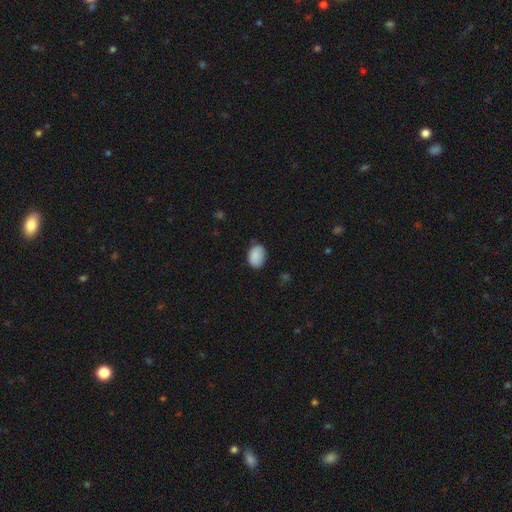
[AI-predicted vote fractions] A smooth galaxy with no disk features (88%) that is in between round and cigar-shaped (75%). Merging: none (77%).